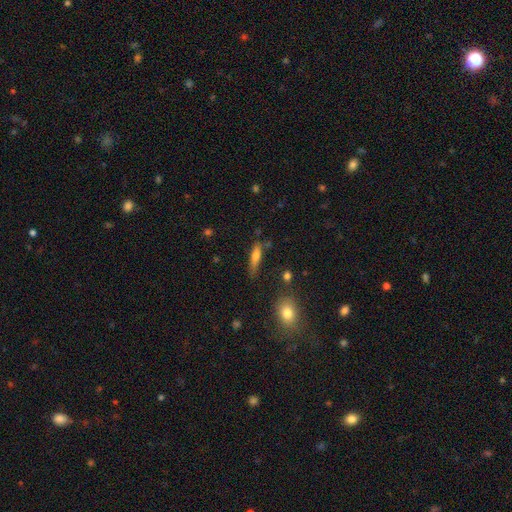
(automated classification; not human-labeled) smooth 63%, featured or disk 28%, star or artifact 9%. Down the decision tree: how rounded — cigar-shaped (71%); merging — none (64%).